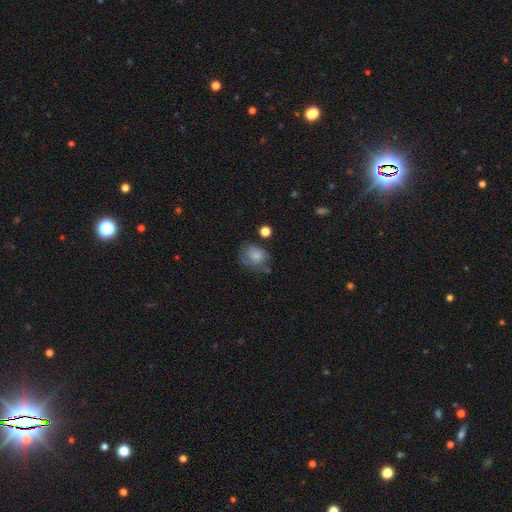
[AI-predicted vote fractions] smooth_or_featured: smooth (p=0.74) [alt: featured or disk p=0.17]
how_rounded: round (p=0.53) [alt: in between p=0.46]
merging: none (p=0.51) [alt: minor disturbance p=0.28]